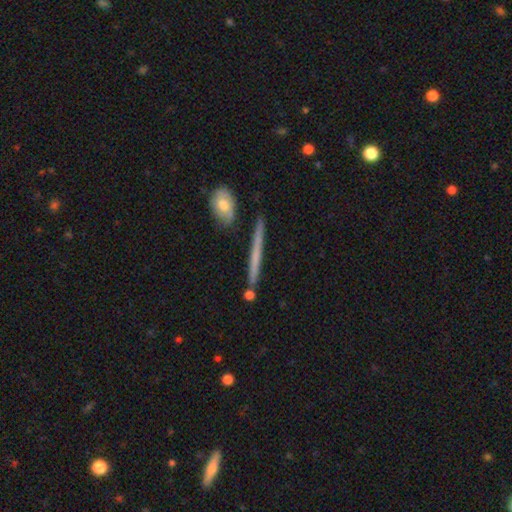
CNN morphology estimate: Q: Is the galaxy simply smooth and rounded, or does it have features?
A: featured or disk — 50%.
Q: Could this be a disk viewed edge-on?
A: yes — 95%.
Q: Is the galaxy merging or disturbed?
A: none — 85%.